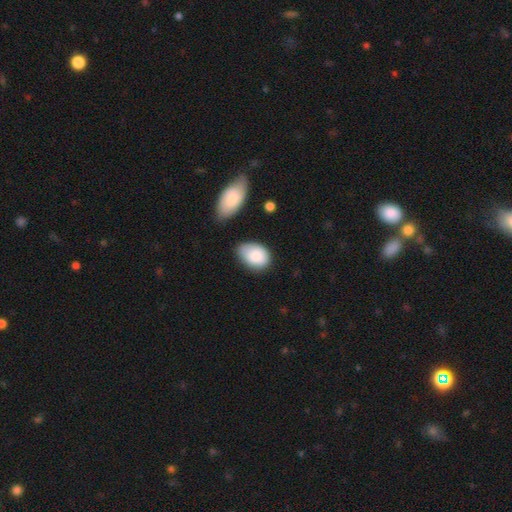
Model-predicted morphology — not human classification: Smooth or featured?
  - smooth: 85% *
  - featured or disk: 9%
  - star or artifact: 6%
How rounded?
  - in between: 82% *
  - round: 16%
  - cigar-shaped: 1%
Merging?
  - none: 59% *
  - minor disturbance: 30%
  - major disturbance: 6%
  - merger: 5%